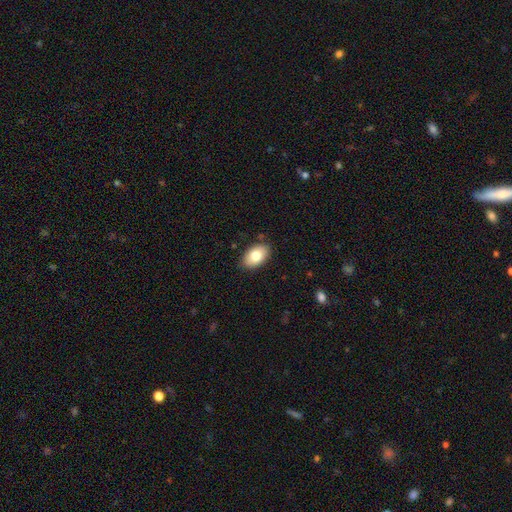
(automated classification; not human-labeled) Smooth or featured? Predicted: smooth (p=0.80). How rounded? Predicted: in between (p=0.92). Merging? Predicted: none (p=0.86).